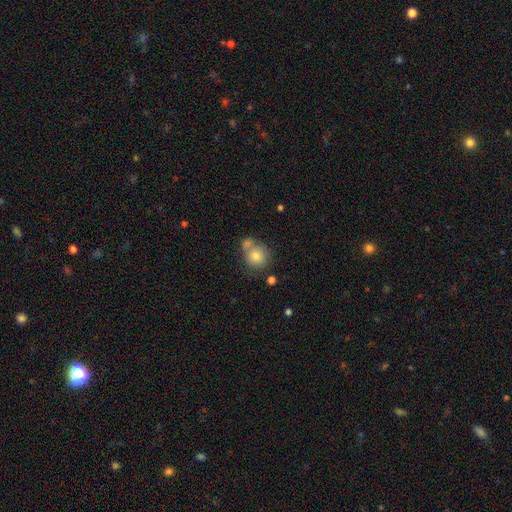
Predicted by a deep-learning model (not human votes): Smooth or featured? smooth (76%)
How rounded? round (85%)
Merging? none (48%)